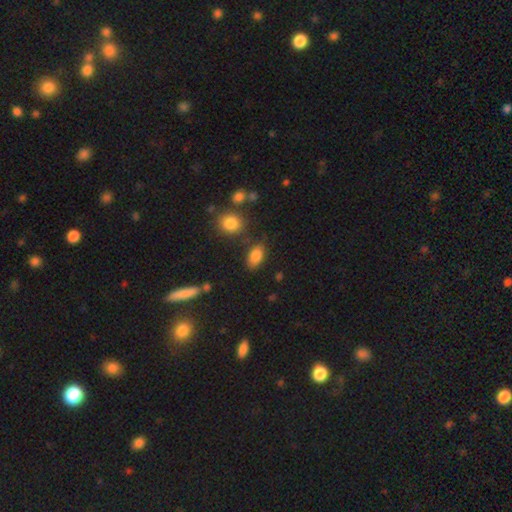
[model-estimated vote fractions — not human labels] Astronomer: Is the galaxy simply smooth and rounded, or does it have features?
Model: smooth — 85%.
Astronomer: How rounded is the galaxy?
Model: in between — 90%.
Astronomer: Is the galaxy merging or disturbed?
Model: none — 77%.